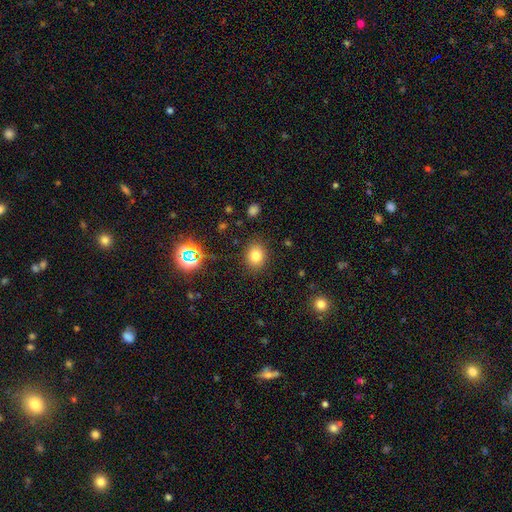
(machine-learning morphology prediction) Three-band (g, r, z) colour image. It shows a smooth galaxy with no disk features (78%) that is round (58%). Merging: none (87%).